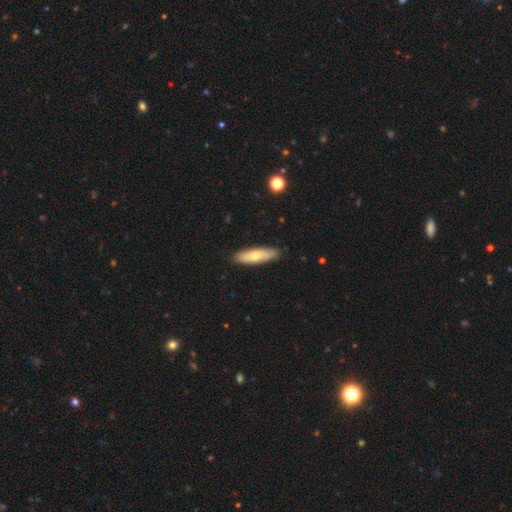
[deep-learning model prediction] Morphology: type=smooth (65%); roundness=cigar-shaped (57%); merging=none (88%).